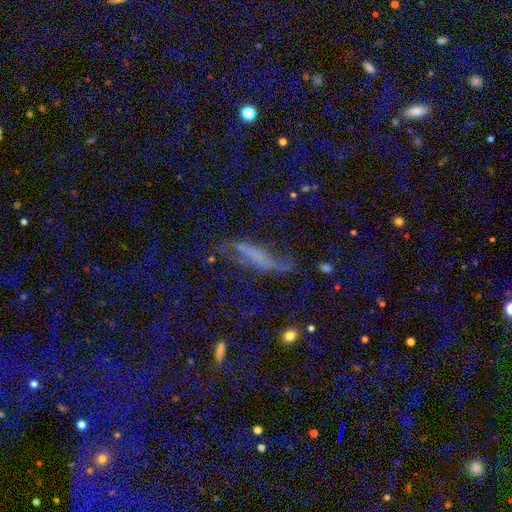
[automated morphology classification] smooth-or-featured: featured or disk: 41% | smooth: 34% | star or artifact: 25%
  merging: none: 45% | major disturbance: 28% | minor disturbance: 22% | merger: 6%